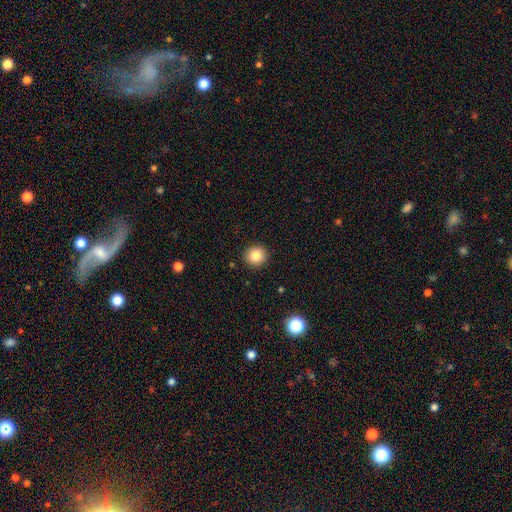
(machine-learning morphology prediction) Smooth or featured?
  - smooth: 84% *
  - star or artifact: 10%
  - featured or disk: 6%
How rounded?
  - round: 91% *
  - in between: 8%
  - cigar-shaped: 1%
Merging?
  - none: 92% *
  - minor disturbance: 5%
  - major disturbance: 2%
  - merger: 1%